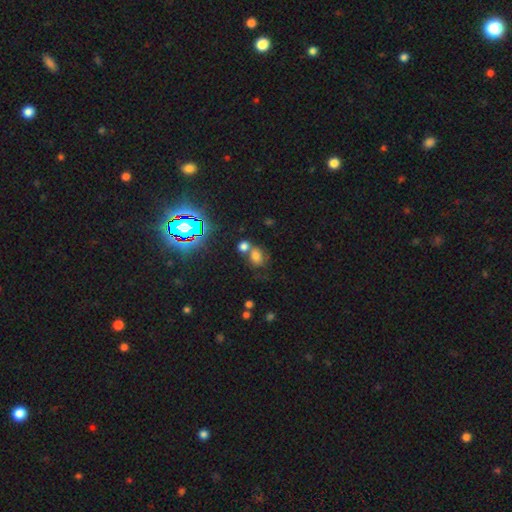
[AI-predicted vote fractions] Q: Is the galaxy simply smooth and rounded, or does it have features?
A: smooth — 60%.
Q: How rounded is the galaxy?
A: in between — 50%.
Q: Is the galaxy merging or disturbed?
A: merger — 44%.